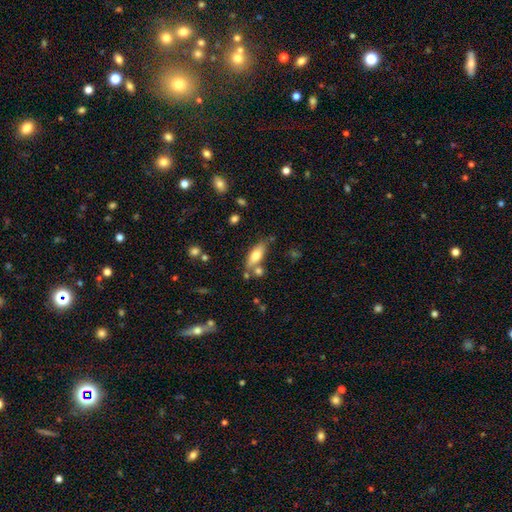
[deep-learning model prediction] Smooth or featured? smooth (71%)
How rounded? in between (70%)
Merging? none (66%)